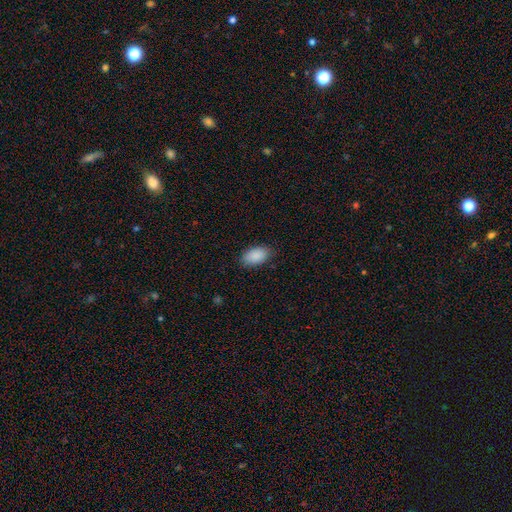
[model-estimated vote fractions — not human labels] smooth-or-featured: smooth: 90% | star or artifact: 6% | featured or disk: 4%
  how-rounded: in between: 94% | round: 5% | cigar-shaped: 2%
  merging: none: 84% | minor disturbance: 13% | major disturbance: 3% | merger: 1%